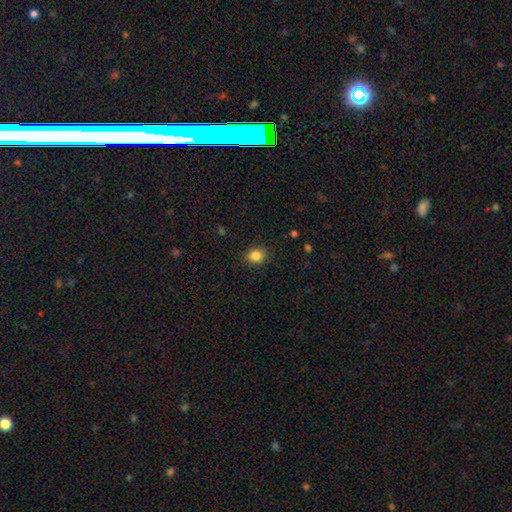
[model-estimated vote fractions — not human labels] The model was most divided on "how rounded": round: 64%, in between: 35%, cigar-shaped: 1%. More confident: merging — none (88%); smooth or featured — smooth (85%).